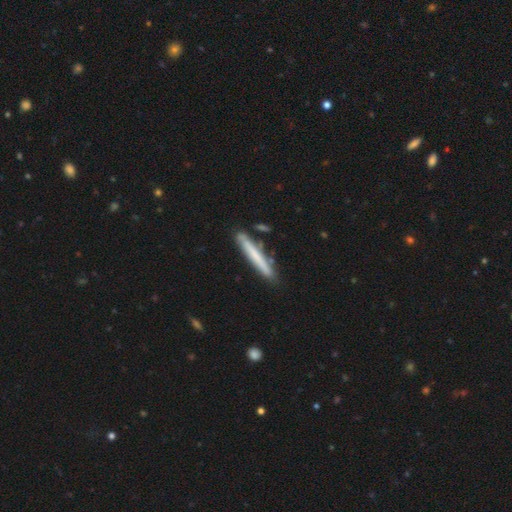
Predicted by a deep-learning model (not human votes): smooth 61%, featured or disk 33%, star or artifact 6%. Down the decision tree: how rounded — cigar-shaped (96%); merging — none (81%).